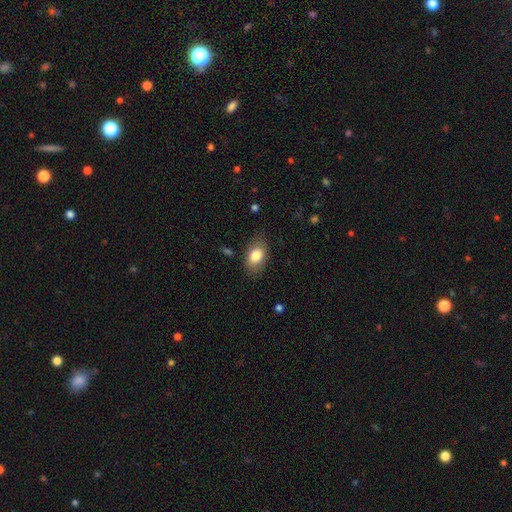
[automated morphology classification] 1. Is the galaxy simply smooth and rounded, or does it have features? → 81% smooth, 11% featured or disk, 7% star or artifact.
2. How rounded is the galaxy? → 88% in between, 11% round, 1% cigar-shaped.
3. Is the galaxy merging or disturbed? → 80% none, 15% minor disturbance, 4% major disturbance, 1% merger.